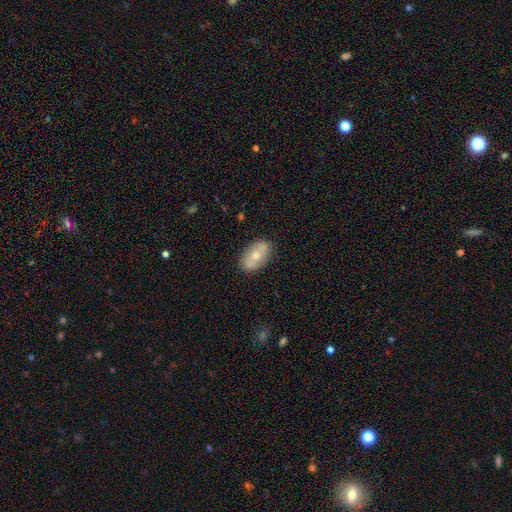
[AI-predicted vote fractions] A smooth galaxy with no disk features (55%) that is in between round and cigar-shaped (89%). Merging: none (83%).